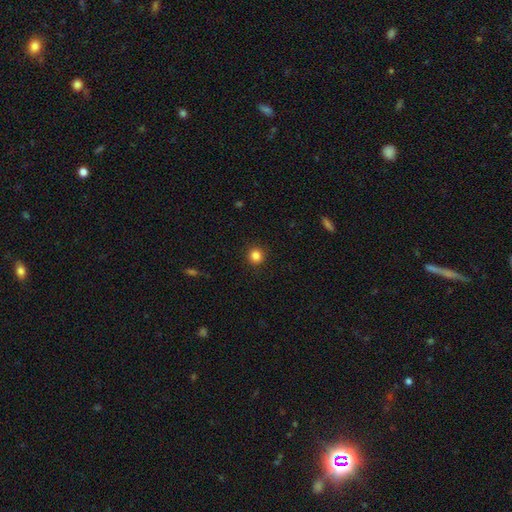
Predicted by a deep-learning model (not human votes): The model was most divided on "smooth or featured": smooth: 85%, star or artifact: 11%, featured or disk: 4%. More confident: how rounded — round (93%); merging — none (92%).